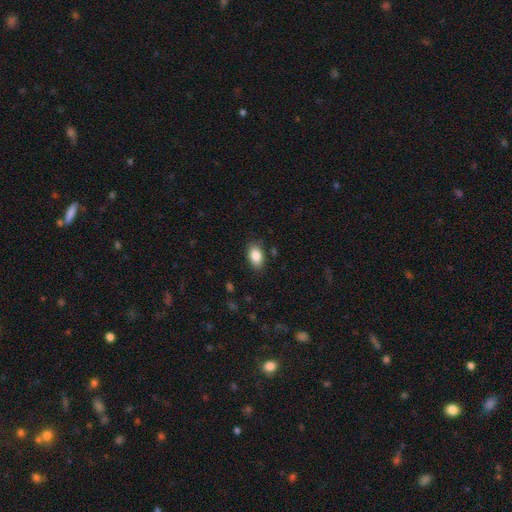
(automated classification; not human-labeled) Smooth or featured? Predicted: smooth (p=0.86). How rounded? Predicted: in between (p=0.90). Merging? Predicted: none (p=0.85).